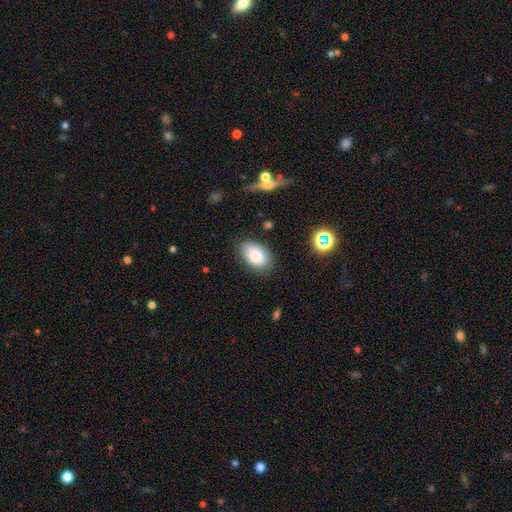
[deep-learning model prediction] Smooth or featured: smooth — 84% (star or artifact — 8%)
How rounded: in between — 91% (round — 8%)
Merging: none — 83% (minor disturbance — 12%)